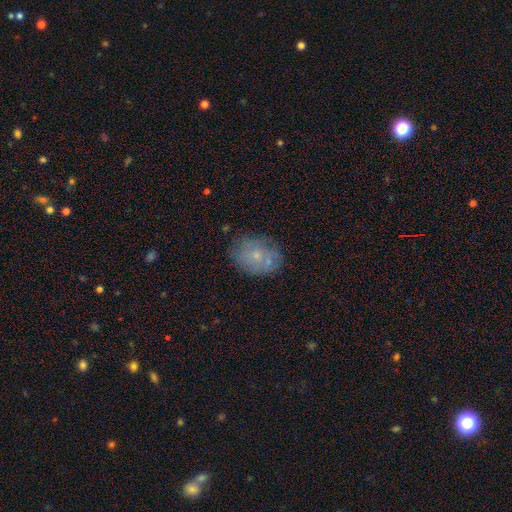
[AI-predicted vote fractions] smooth 57%, featured or disk 33%, star or artifact 10%. Down the decision tree: how rounded — in between (59%); merging — none (67%).